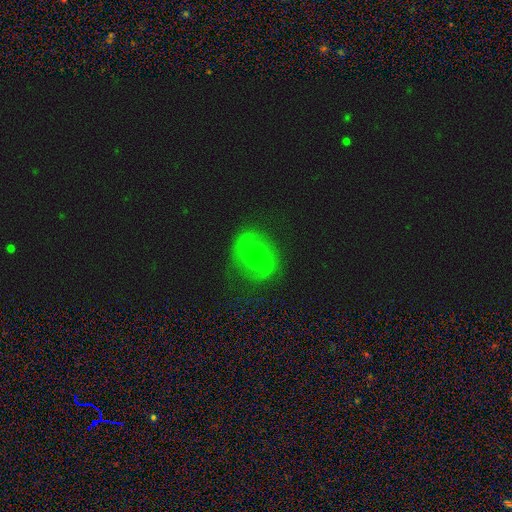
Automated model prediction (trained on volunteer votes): Smooth or featured?
  - featured or disk: 77% *
  - smooth: 14%
  - star or artifact: 9%
Edge-on disk?
  - no: 97% *
  - yes: 3%
Bar?
  - no: 56% *
  - weak: 34%
  - strong: 9%
Spiral arms?
  - yes: 92% *
  - no: 8%
Spiral winding?
  - medium: 52% *
  - tight: 26%
  - loose: 22%
Spiral arm count?
  - 2: 87% *
  - can't tell: 6%
  - 3: 2%
  - 1: 2%
  - 4: 1%
  - more than 4: 1%
Bulge size?
  - small: 54% *
  - moderate: 42%
  - large: 2%
  - none: 1%
  - dominant: 1%
Merging?
  - none: 78% *
  - minor disturbance: 15%
  - major disturbance: 6%
  - merger: 1%